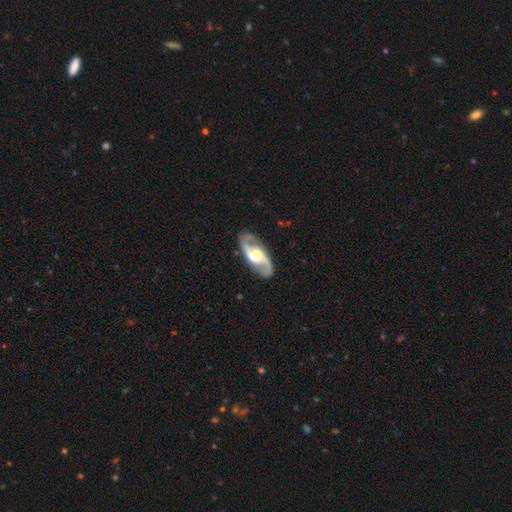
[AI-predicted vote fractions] smooth_or_featured: featured or disk (p=0.90) [alt: smooth p=0.06]
disk_edge_on: no (p=0.95) [alt: yes p=0.05]
bar: weak (p=0.46) [alt: no p=0.34]
has_spiral_arms: yes (p=0.97) [alt: no p=0.03]
spiral_winding: medium (p=0.54) [alt: loose p=0.32]
spiral_arm_count: 2 (p=0.94) [alt: can't tell p=0.02]
bulge_size: moderate (p=0.54) [alt: large p=0.30]
merging: none (p=0.87) [alt: minor disturbance p=0.09]